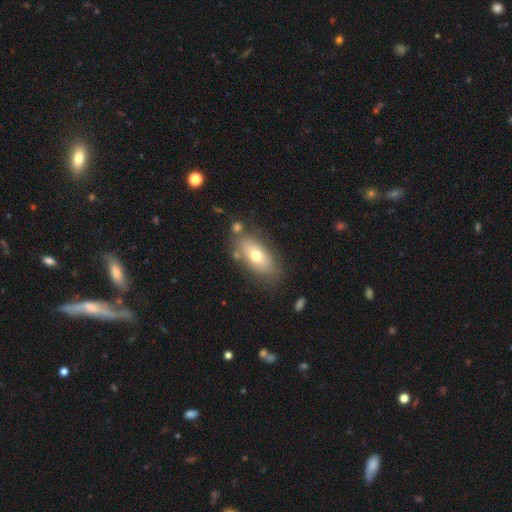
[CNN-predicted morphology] A smooth galaxy with no disk features (65%) that is in between round and cigar-shaped (85%).

Vote fractions:
- Smooth or featured? smooth: 65% / featured or disk: 27% / star or artifact: 8%
- How rounded? in between: 85% / cigar-shaped: 11% / round: 5%
- Merging? none: 72% / minor disturbance: 16% / merger: 8% / major disturbance: 5%